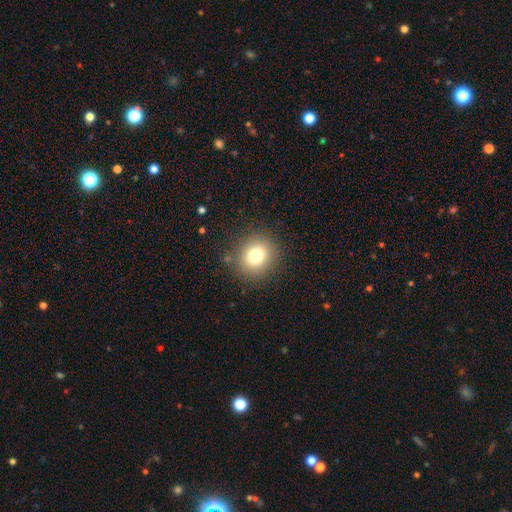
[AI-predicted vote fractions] Smooth or featured: smooth — 78% (star or artifact — 12%)
How rounded: round — 82% (in between — 17%)
Merging: none — 86% (minor disturbance — 9%)